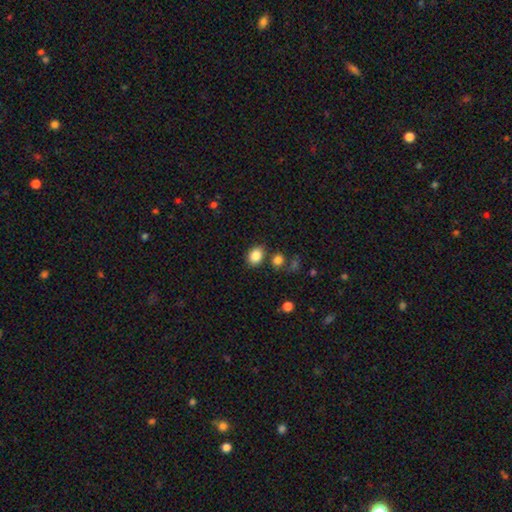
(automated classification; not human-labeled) A smooth galaxy with no disk features (86%) that is in between round and cigar-shaped (59%). Merging: none (79%).